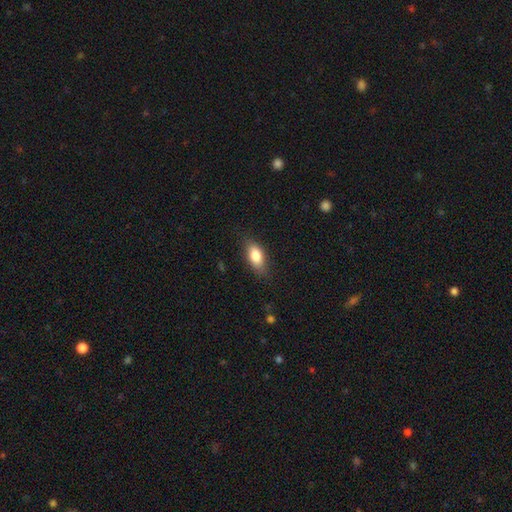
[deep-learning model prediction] The model was most divided on "merging": none: 80%, minor disturbance: 15%, major disturbance: 4%, merger: 1%. More confident: how rounded — in between (85%); smooth or featured — smooth (82%).